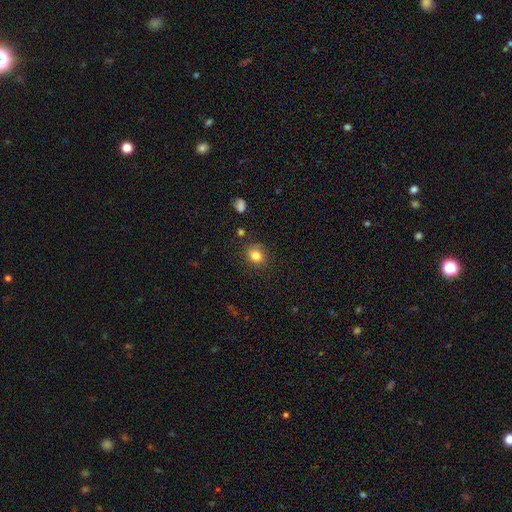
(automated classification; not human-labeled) Smooth or featured: smooth — 81% (star or artifact — 12%)
How rounded: round — 74% (in between — 25%)
Merging: none — 82% (minor disturbance — 13%)